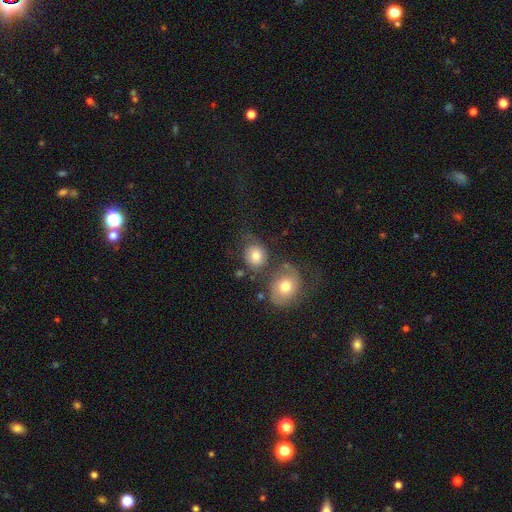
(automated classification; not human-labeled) A smooth galaxy with no disk features (73%) that is round (66%).

Vote fractions:
- Smooth or featured? smooth: 73% / featured or disk: 18% / star or artifact: 9%
- How rounded? round: 66% / in between: 33% / cigar-shaped: 1%
- Merging? none: 48% / merger: 25% / minor disturbance: 17% / major disturbance: 11%